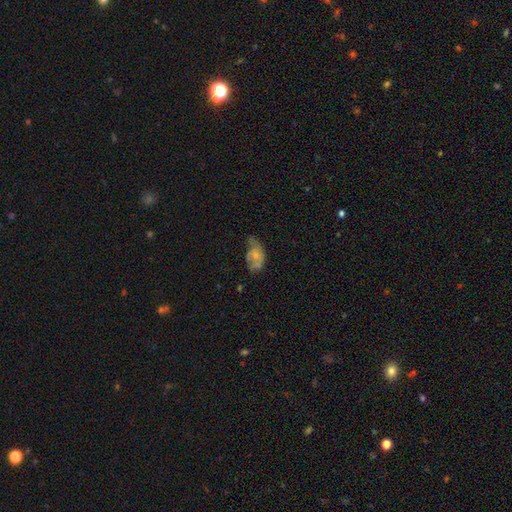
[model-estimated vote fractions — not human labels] A smooth galaxy with no disk features (49%).

Vote fractions:
- Smooth or featured? smooth: 49% / featured or disk: 42% / star or artifact: 9%
- Merging? minor disturbance: 35% / none: 31% / major disturbance: 29% / merger: 5%